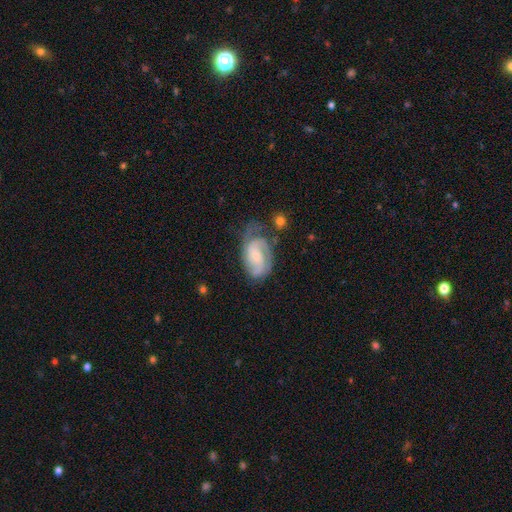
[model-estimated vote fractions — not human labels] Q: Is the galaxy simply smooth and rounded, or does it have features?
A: featured or disk — 77%.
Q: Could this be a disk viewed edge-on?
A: no — 97%.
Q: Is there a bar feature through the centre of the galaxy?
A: no — 56%.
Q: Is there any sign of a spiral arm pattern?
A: yes — 94%.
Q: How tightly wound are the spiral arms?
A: tight — 48%.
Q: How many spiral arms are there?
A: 2 — 54%.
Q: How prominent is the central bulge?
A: small — 61%.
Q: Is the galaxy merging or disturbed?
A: none — 47%.